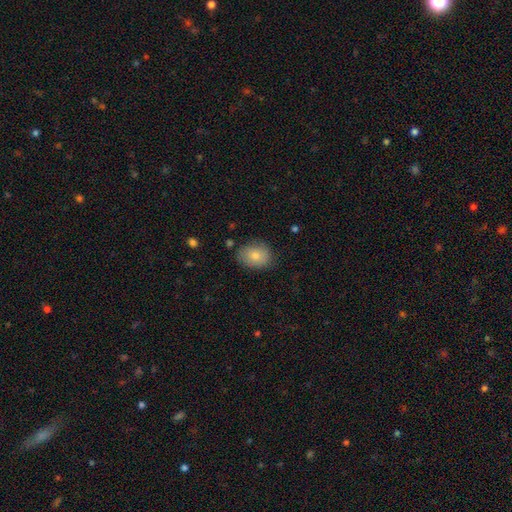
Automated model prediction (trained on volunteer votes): smooth_or_featured: smooth (p=0.81) [alt: featured or disk p=0.12]
how_rounded: in between (p=0.62) [alt: round p=0.37]
merging: none (p=0.78) [alt: minor disturbance p=0.16]